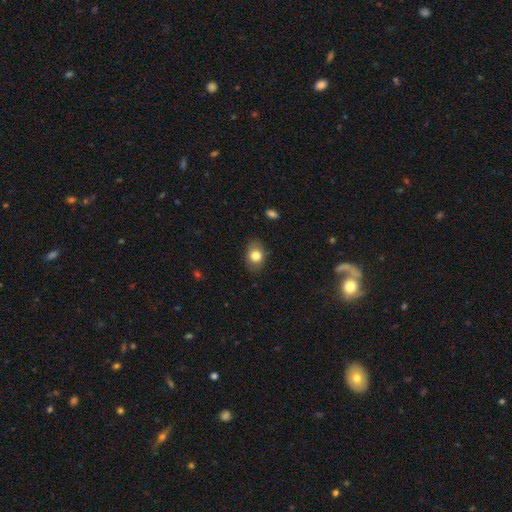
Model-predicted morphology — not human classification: A smooth galaxy with no disk features (79%) that is in between round and cigar-shaped (62%). Merging: none (82%).